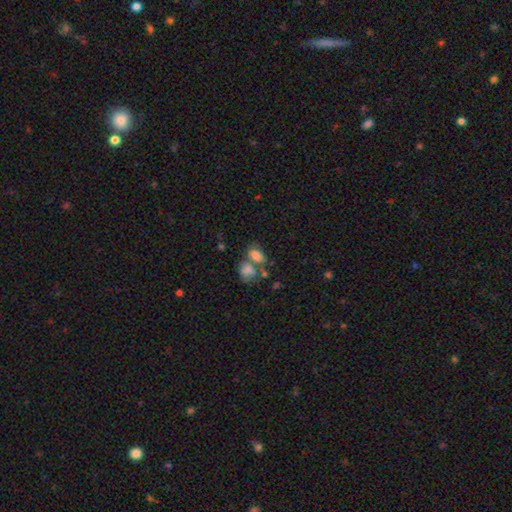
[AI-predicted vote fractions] Q: Smooth or featured?
A: smooth (77%); runner-up: featured or disk (12%)
Q: How rounded?
A: in between (82%); runner-up: round (16%)
Q: Merging?
A: merger (49%); runner-up: none (32%)